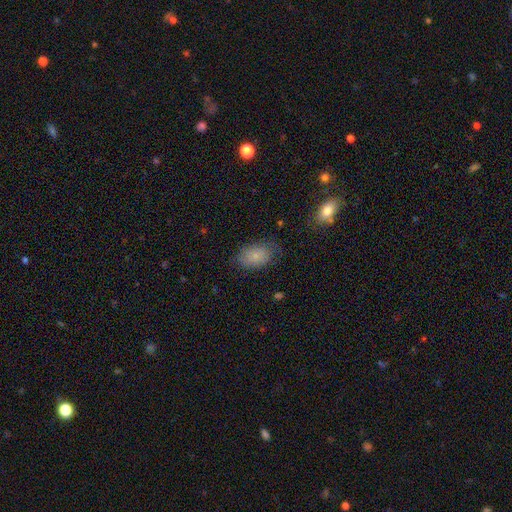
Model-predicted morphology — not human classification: A smooth galaxy with no disk features (80%) that is in between round and cigar-shaped (89%).

Vote fractions:
- Smooth or featured? smooth: 80% / featured or disk: 12% / star or artifact: 8%
- How rounded? in between: 89% / round: 9% / cigar-shaped: 1%
- Merging? none: 72% / minor disturbance: 20% / major disturbance: 6% / merger: 1%